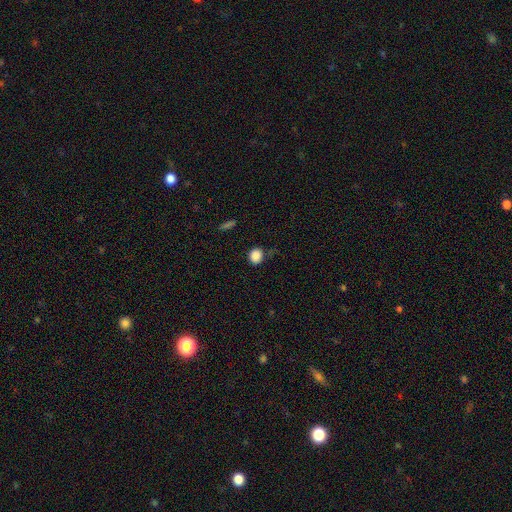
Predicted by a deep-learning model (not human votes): Q: Smooth or featured?
A: smooth (87%); runner-up: star or artifact (10%)
Q: How rounded?
A: round (71%); runner-up: in between (28%)
Q: Merging?
A: none (73%); runner-up: minor disturbance (19%)